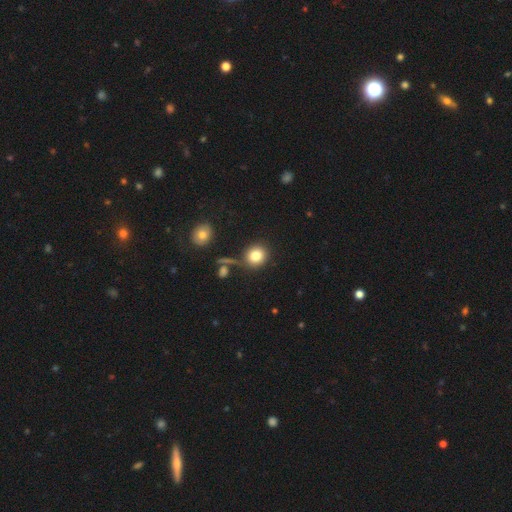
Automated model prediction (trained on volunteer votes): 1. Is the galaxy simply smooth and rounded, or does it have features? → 81% smooth, 11% star or artifact, 8% featured or disk.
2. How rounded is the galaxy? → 83% round, 16% in between, 1% cigar-shaped.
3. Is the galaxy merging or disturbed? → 79% none, 11% minor disturbance, 7% merger, 4% major disturbance.